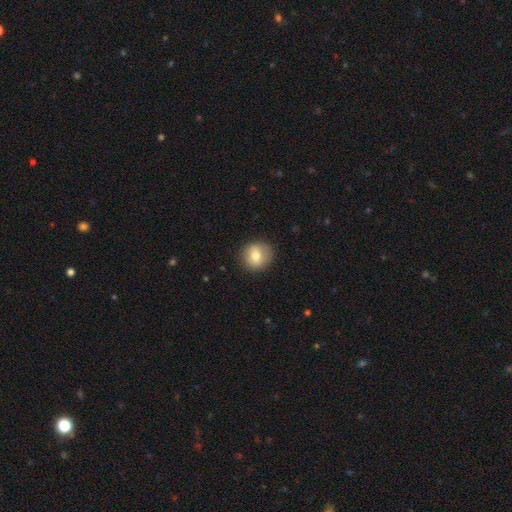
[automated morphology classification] Q: Smooth or featured?
A: smooth (74%); runner-up: featured or disk (17%)
Q: How rounded?
A: round (86%); runner-up: in between (13%)
Q: Merging?
A: none (86%); runner-up: minor disturbance (10%)